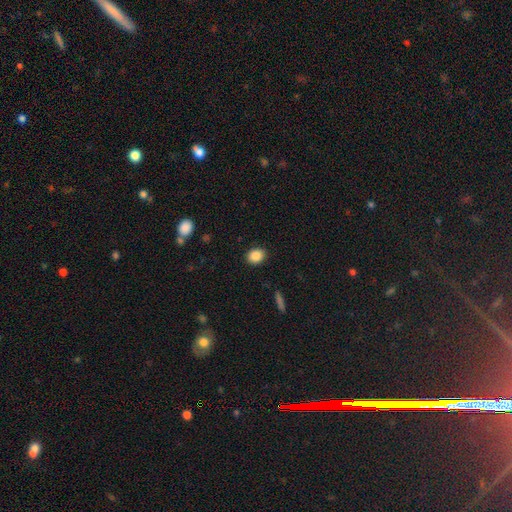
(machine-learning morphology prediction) This appears to be a smooth galaxy with no disk features (87%) that is round (51%). Merging: none (89%).